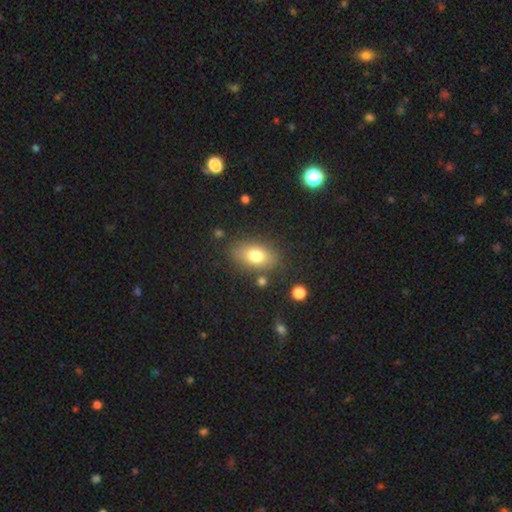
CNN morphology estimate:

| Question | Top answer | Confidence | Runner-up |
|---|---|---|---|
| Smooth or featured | smooth | 78% | featured or disk (13%) |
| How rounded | in between | 84% | round (14%) |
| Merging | none | 80% | minor disturbance (12%) |